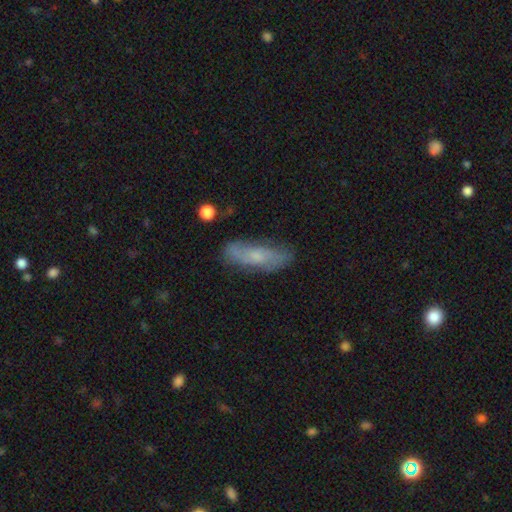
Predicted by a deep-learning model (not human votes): A smooth galaxy with no disk features (52%) that is in between round and cigar-shaped (55%).

Vote fractions:
- Smooth or featured? smooth: 52% / featured or disk: 41% / star or artifact: 8%
- How rounded? in between: 55% / cigar-shaped: 43% / round: 3%
- Merging? none: 72% / minor disturbance: 21% / major disturbance: 5% / merger: 2%